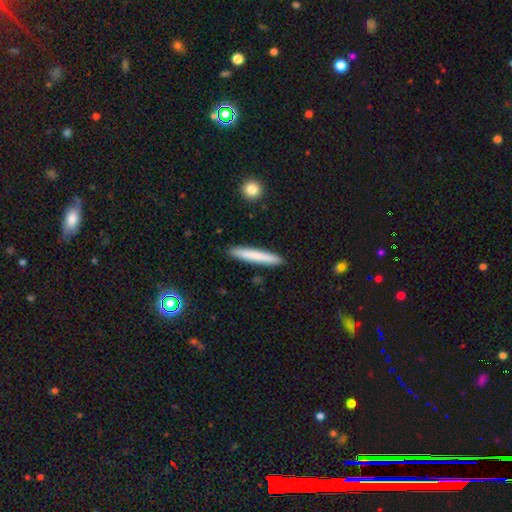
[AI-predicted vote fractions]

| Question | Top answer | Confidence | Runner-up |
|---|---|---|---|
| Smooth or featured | smooth | 74% | featured or disk (20%) |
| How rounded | cigar-shaped | 95% | in between (4%) |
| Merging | none | 91% | minor disturbance (6%) |